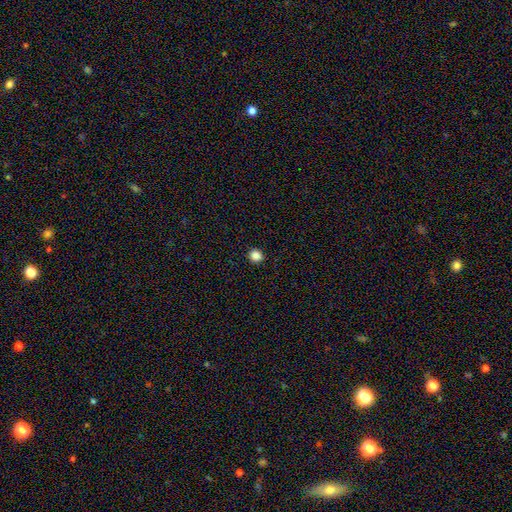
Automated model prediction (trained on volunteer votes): Q: Smooth or featured?
A: smooth (86%); runner-up: star or artifact (11%)
Q: How rounded?
A: round (87%); runner-up: in between (12%)
Q: Merging?
A: none (92%); runner-up: minor disturbance (5%)